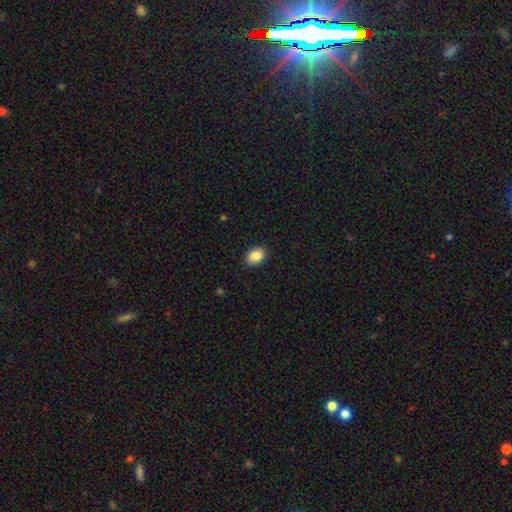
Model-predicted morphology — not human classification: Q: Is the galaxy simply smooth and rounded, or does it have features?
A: smooth — 87%.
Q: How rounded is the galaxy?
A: in between — 81%.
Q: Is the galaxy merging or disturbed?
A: none — 89%.